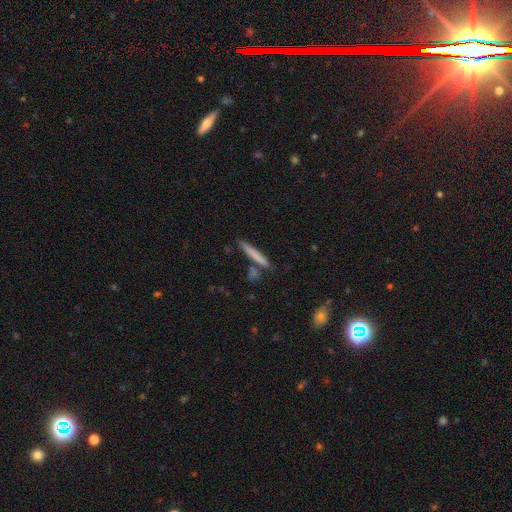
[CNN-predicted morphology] Smooth or featured: smooth — 72% (featured or disk — 22%)
How rounded: cigar-shaped — 95% (in between — 4%)
Merging: none — 81% (minor disturbance — 10%)